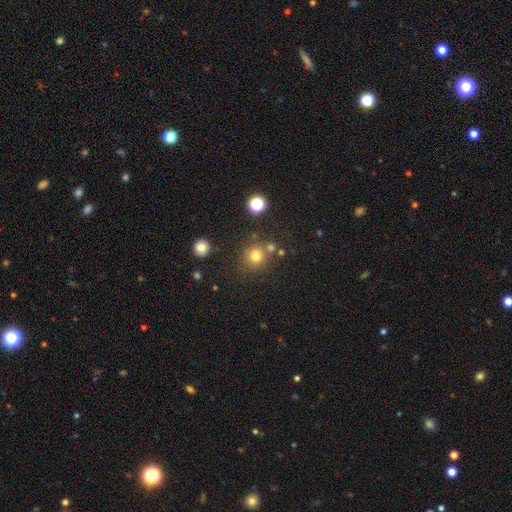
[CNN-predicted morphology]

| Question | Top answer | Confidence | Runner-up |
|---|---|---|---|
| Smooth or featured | smooth | 76% | star or artifact (16%) |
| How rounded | round | 91% | in between (8%) |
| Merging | none | 75% | merger (13%) |